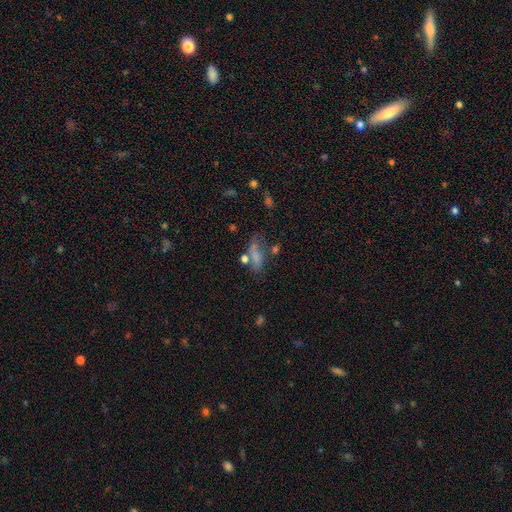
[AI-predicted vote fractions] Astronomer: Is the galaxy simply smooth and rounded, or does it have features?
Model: smooth — 63%.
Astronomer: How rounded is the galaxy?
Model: in between — 71%.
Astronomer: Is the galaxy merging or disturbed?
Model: none — 39% (runner-up: minor disturbance, 24%).